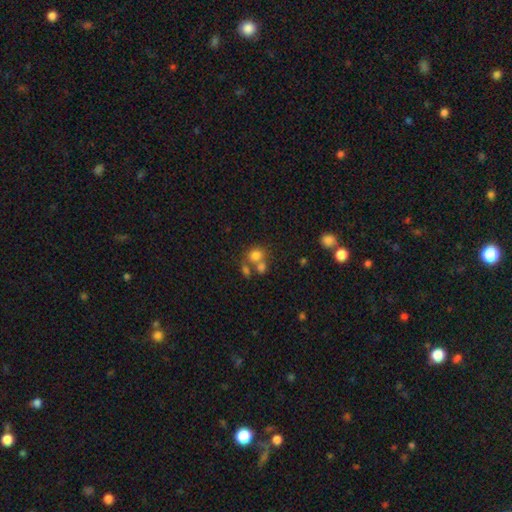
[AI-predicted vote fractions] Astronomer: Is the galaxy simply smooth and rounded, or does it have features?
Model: smooth — 74%.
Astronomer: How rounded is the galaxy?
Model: round — 69%.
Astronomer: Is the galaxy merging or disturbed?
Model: none — 43% (runner-up: merger, 42%).